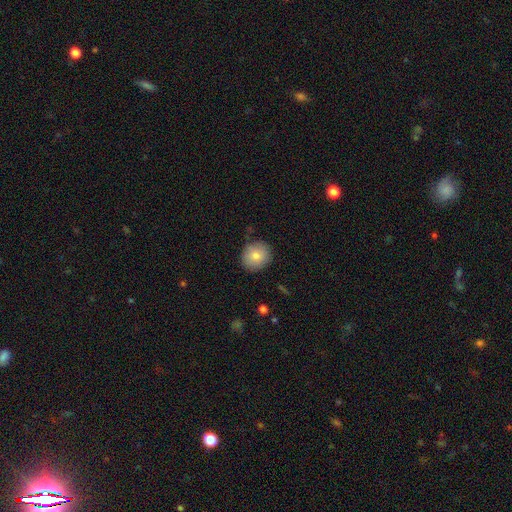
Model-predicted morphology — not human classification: A smooth galaxy with no disk features (81%) that is round (86%).

Vote fractions:
- Smooth or featured? smooth: 81% / featured or disk: 11% / star or artifact: 8%
- How rounded? round: 86% / in between: 13% / cigar-shaped: 1%
- Merging? none: 84% / minor disturbance: 12% / major disturbance: 3% / merger: 1%